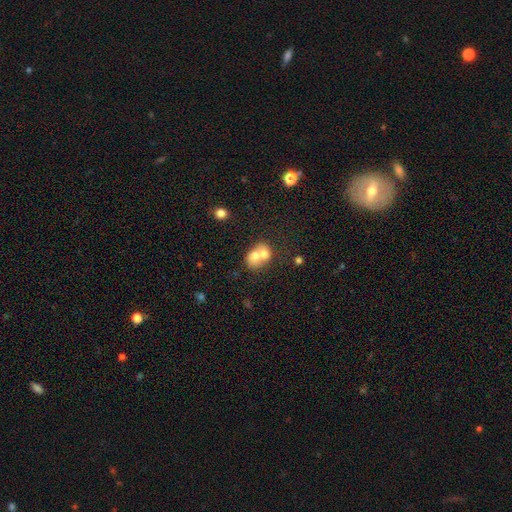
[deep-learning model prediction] A smooth galaxy with no disk features (65%) that is round (52%).

Vote fractions:
- Smooth or featured? smooth: 65% / featured or disk: 25% / star or artifact: 9%
- How rounded? round: 52% / in between: 47% / cigar-shaped: 1%
- Merging? merger: 72% / none: 19% / minor disturbance: 6% / major disturbance: 3%